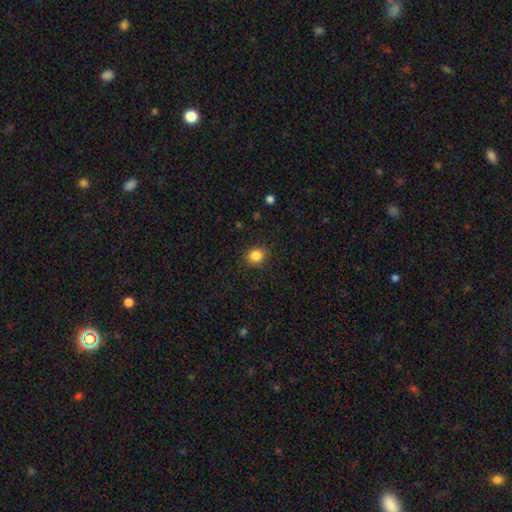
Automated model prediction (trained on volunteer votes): Smooth or featured? smooth (85%)
How rounded? round (74%)
Merging? none (86%)